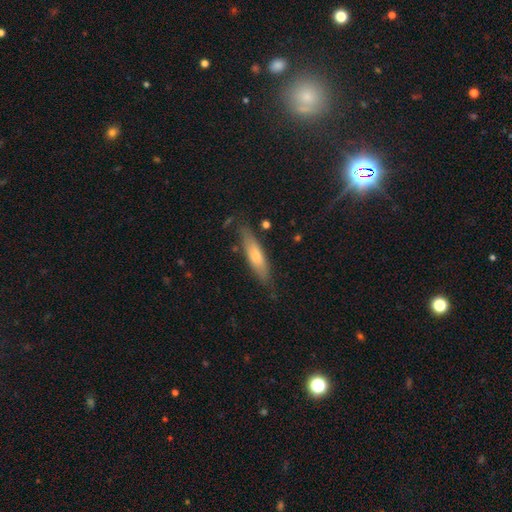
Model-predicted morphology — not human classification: smooth_or_featured: smooth (p=0.56) [alt: featured or disk p=0.37]
how_rounded: cigar-shaped (p=0.75) [alt: in between p=0.23]
merging: none (p=0.76) [alt: minor disturbance p=0.18]